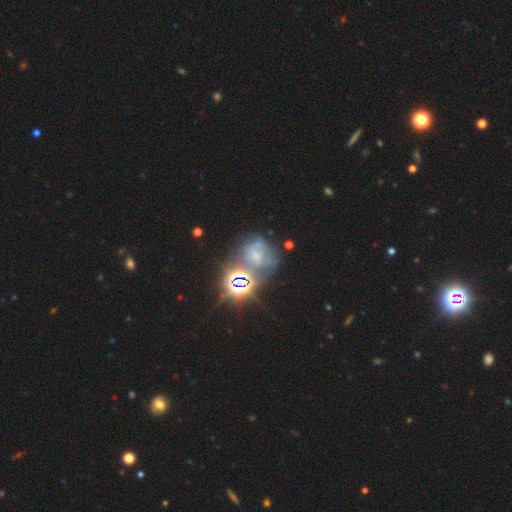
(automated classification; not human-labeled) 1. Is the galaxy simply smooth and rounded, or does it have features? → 45% star or artifact, 31% featured or disk, 24% smooth.